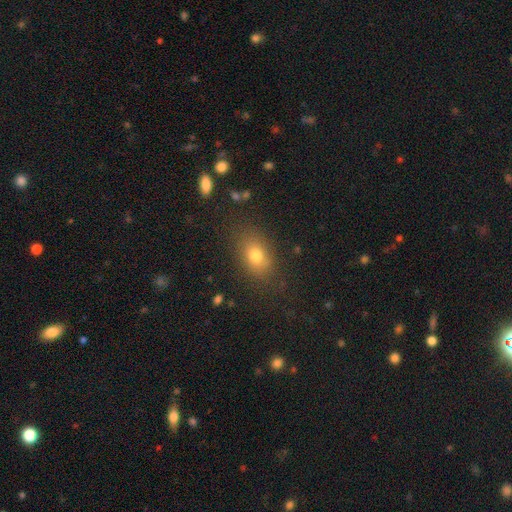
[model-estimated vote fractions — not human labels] This is likely a smooth galaxy (76%). How rounded: likely in between (76%). Merging: likely none (79%).